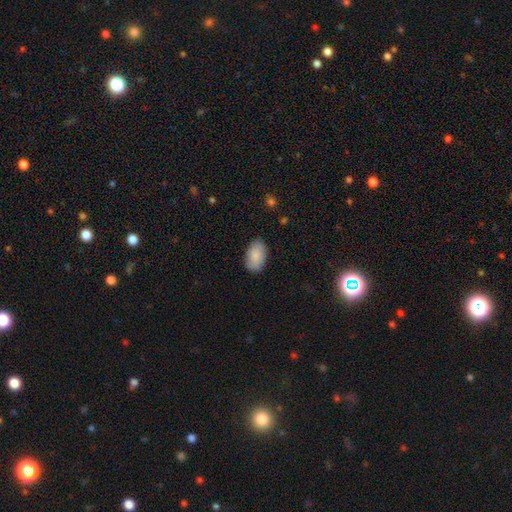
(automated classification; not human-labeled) Q: Smooth or featured?
A: smooth (85%); runner-up: featured or disk (9%)
Q: How rounded?
A: in between (93%); runner-up: round (6%)
Q: Merging?
A: none (84%); runner-up: minor disturbance (13%)